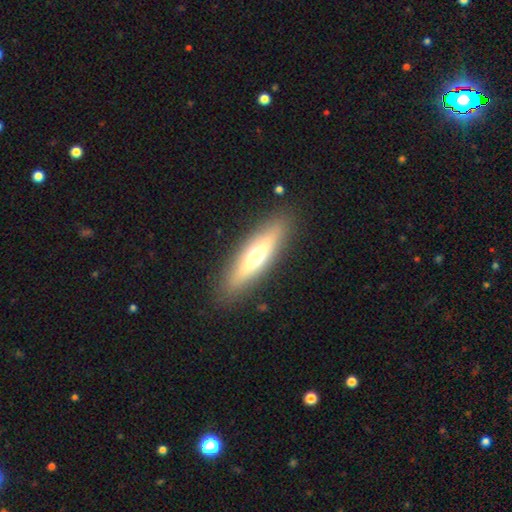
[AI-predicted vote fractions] This is possibly a smooth galaxy (50%). How rounded: likely cigar-shaped (71%). Merging: clearly none (88%).